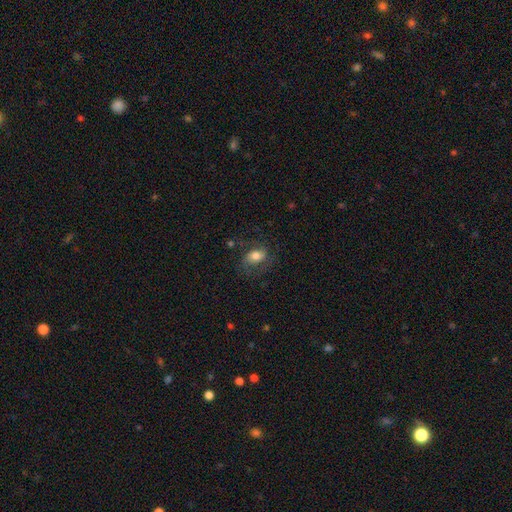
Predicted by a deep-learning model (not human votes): Overall: smooth (62%; featured or disk 29%). How rounded: in between (78%). Merging: none (59%; minor disturbance 22%).